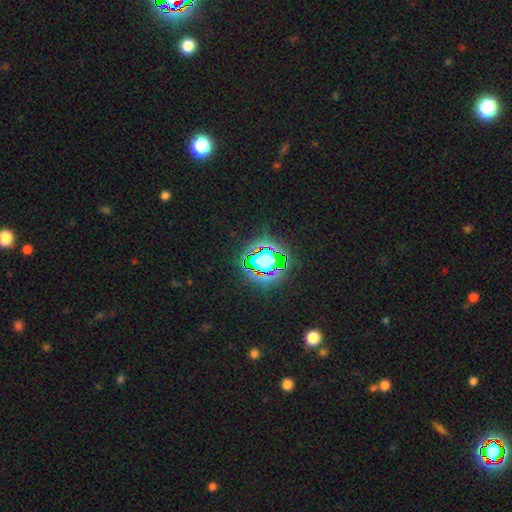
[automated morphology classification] Smooth or featured?
  - star or artifact: 70% *
  - smooth: 19%
  - featured or disk: 11%